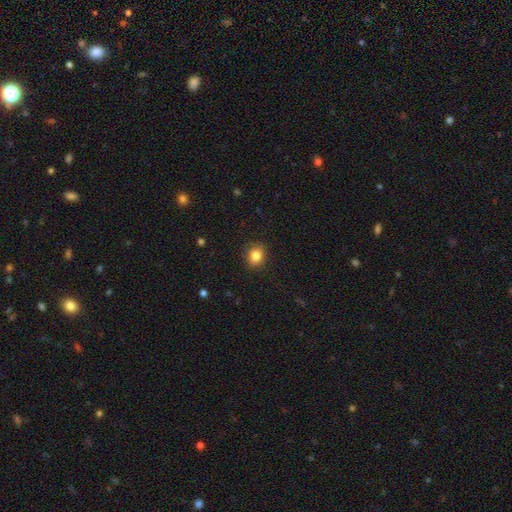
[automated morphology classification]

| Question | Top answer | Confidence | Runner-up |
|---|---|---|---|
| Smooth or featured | smooth | 84% | star or artifact (11%) |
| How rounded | round | 59% | in between (40%) |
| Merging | none | 88% | minor disturbance (9%) |